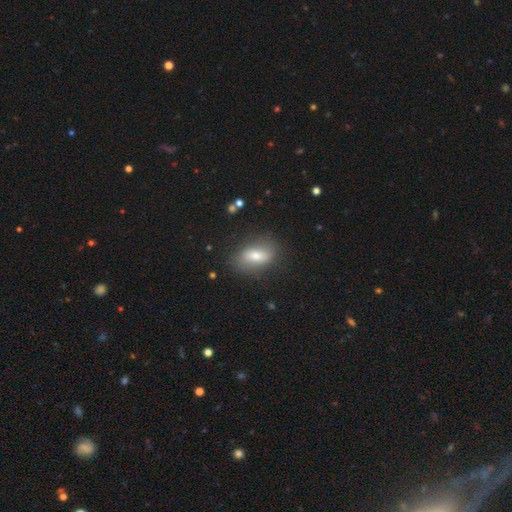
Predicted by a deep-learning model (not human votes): smooth_or_featured: smooth (p=0.68) [alt: featured or disk p=0.24]
how_rounded: in between (p=0.84) [alt: round p=0.09]
merging: none (p=0.80) [alt: minor disturbance p=0.14]